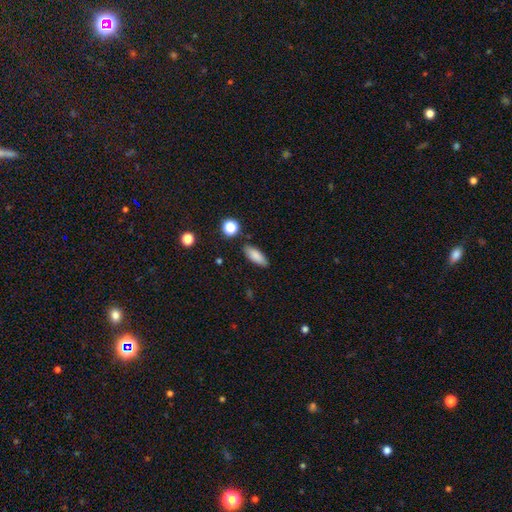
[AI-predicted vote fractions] A smooth galaxy with no disk features (84%) that is in between round and cigar-shaped (70%).

Vote fractions:
- Smooth or featured? smooth: 84% / star or artifact: 8% / featured or disk: 7%
- How rounded? in between: 70% / cigar-shaped: 27% / round: 3%
- Merging? none: 85% / minor disturbance: 10% / merger: 3% / major disturbance: 2%